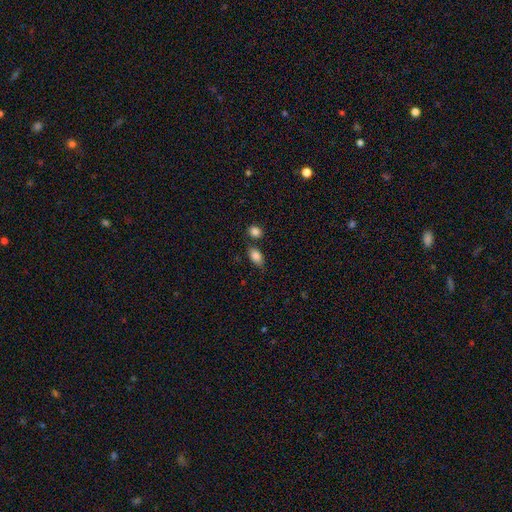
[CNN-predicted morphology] type=smooth (86%); roundness=in between (88%); merging=none (67%).